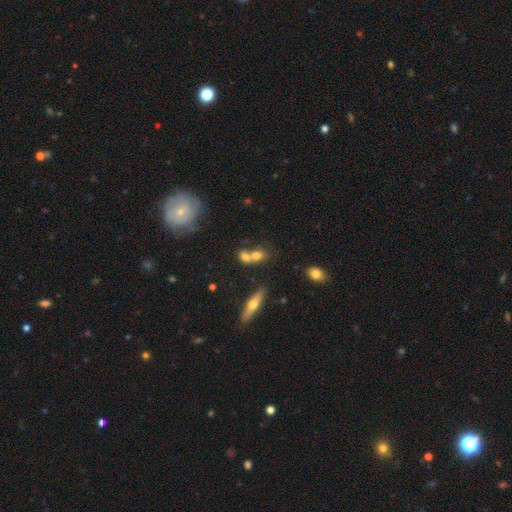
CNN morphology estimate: Q: Smooth or featured?
A: smooth (68%); runner-up: featured or disk (20%)
Q: How rounded?
A: in between (59%); runner-up: round (33%)
Q: Merging?
A: merger (54%); runner-up: none (33%)